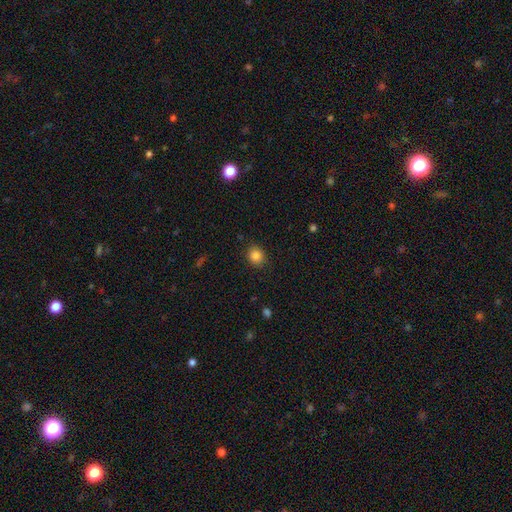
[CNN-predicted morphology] This appears to be a smooth galaxy with no disk features (84%) that is round (74%). Merging: none (87%).